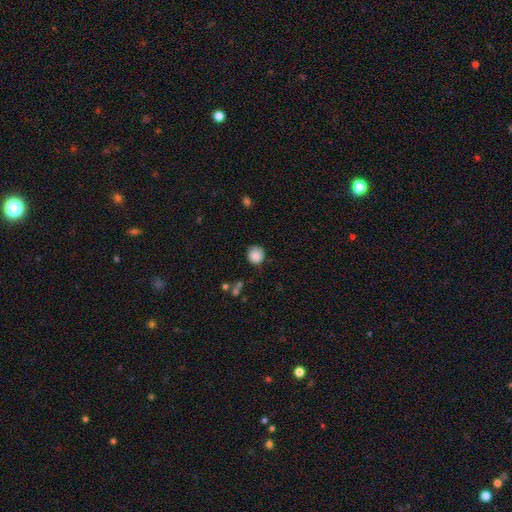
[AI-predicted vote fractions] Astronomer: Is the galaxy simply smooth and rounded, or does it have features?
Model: smooth — 86%.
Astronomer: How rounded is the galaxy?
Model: round — 89%.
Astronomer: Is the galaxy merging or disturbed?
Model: none — 76%.